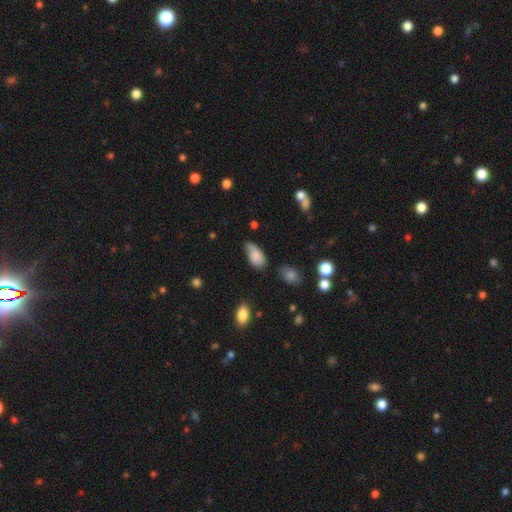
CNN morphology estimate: Smooth or featured?
  - smooth: 80% *
  - featured or disk: 12%
  - star or artifact: 8%
How rounded?
  - in between: 93% *
  - round: 4%
  - cigar-shaped: 3%
Merging?
  - none: 47% *
  - minor disturbance: 39%
  - major disturbance: 10%
  - merger: 4%